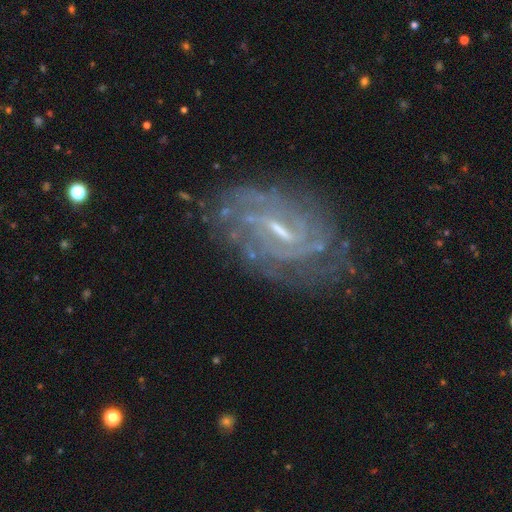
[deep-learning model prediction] A featured or disk galaxy (87%) with a weak bar (50%), tight (61%) spiral arms (93%) and a small central bulge (51%). Merging: none (72%).